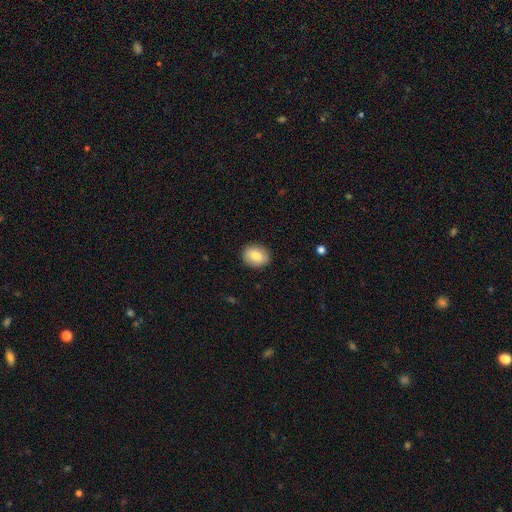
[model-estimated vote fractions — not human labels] smooth-or-featured: smooth: 80% | featured or disk: 13% | star or artifact: 8%
  how-rounded: round: 52% | in between: 47% | cigar-shaped: 1%
  merging: none: 89% | minor disturbance: 8% | major disturbance: 2% | merger: 1%